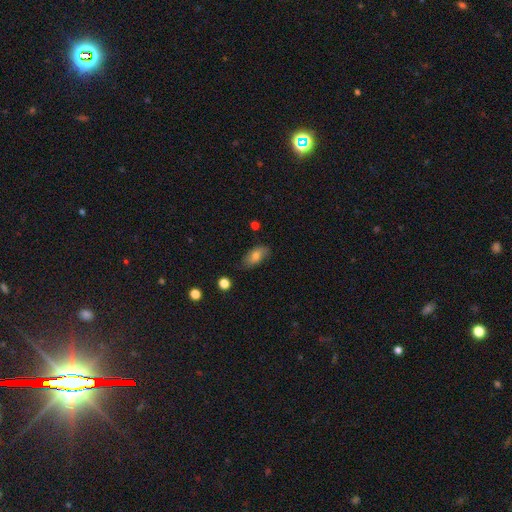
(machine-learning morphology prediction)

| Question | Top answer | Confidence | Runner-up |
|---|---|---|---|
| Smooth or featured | smooth | 72% | featured or disk (19%) |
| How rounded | in between | 89% | cigar-shaped (6%) |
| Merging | none | 77% | minor disturbance (18%) |